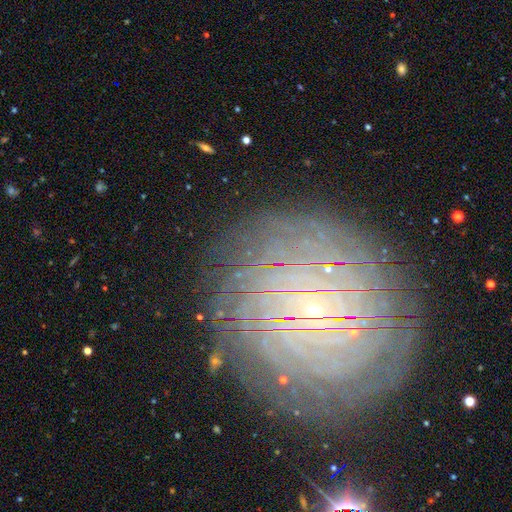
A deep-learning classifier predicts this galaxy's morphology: A featured or disk galaxy (73%) with no bar (62%), tight (89%) spiral arms (94%) and a small central bulge (87%).

Vote fractions:
- Smooth or featured? featured or disk: 73% / star or artifact: 14% / smooth: 13%
- Edge-on disk? no: 96% / yes: 4%
- Bar? no: 62% / weak: 26% / strong: 12%
- Spiral arms? yes: 94% / no: 6%
- Spiral winding? tight: 89% / medium: 8% / loose: 3%
- Spiral arm count? can't tell: 31% / more than 4: 28% / 4: 14% / 3: 10% / 2: 9% / 1: 8%
- Bulge size? small: 87% / moderate: 8% / none: 2% / large: 1% / dominant: 1%
- Merging? none: 84% / minor disturbance: 10% / major disturbance: 4% / merger: 2%